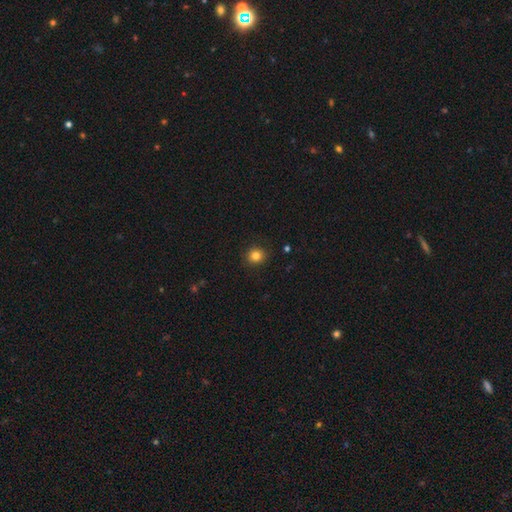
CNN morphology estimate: A smooth galaxy with no disk features (82%) that is round (88%). Merging: none (90%).